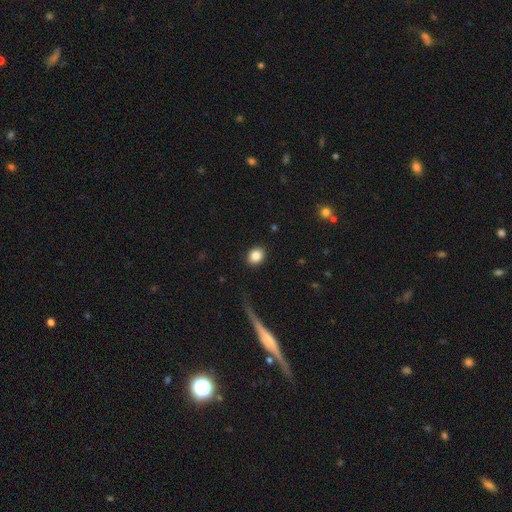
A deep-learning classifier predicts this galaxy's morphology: type=smooth (84%); roundness=round (60%); merging=none (90%).